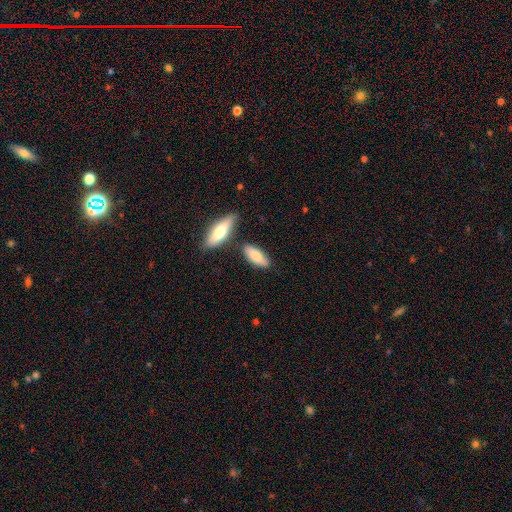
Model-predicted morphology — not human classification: Overall: smooth (83%). How rounded: in between (75%). Merging: none (73%).